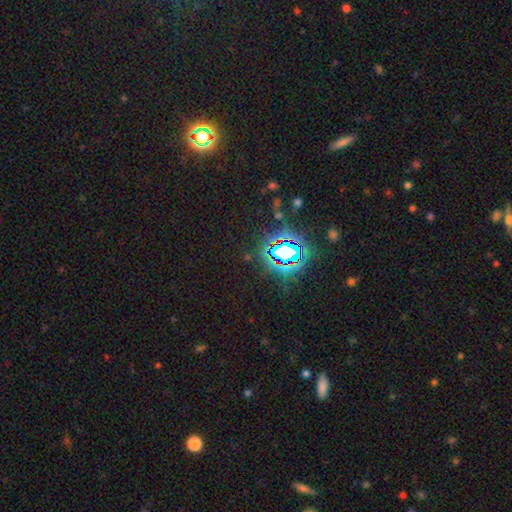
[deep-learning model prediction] Morphology: type=star or artifact (82%).